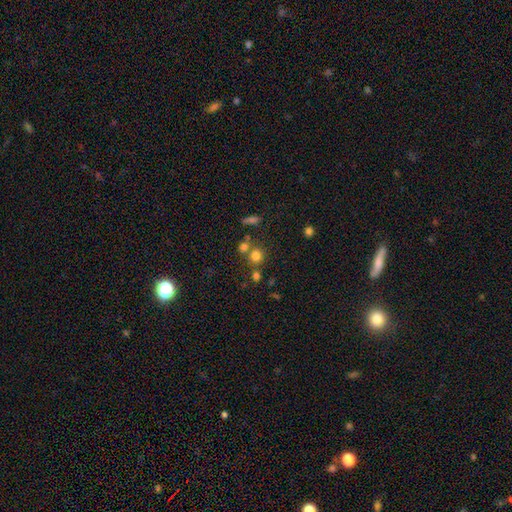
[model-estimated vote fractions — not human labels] This is likely a smooth galaxy (74%). How rounded: clearly round (86%). Merging: likely none (61%).